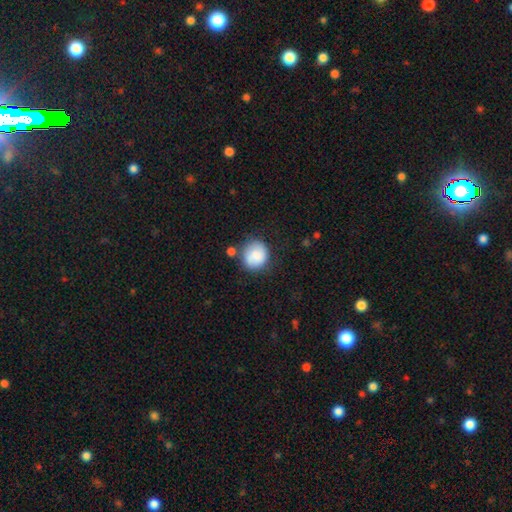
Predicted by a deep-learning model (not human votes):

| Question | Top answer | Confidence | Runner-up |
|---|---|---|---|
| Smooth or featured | smooth | 79% | featured or disk (14%) |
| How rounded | round | 85% | in between (14%) |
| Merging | none | 69% | minor disturbance (17%) |